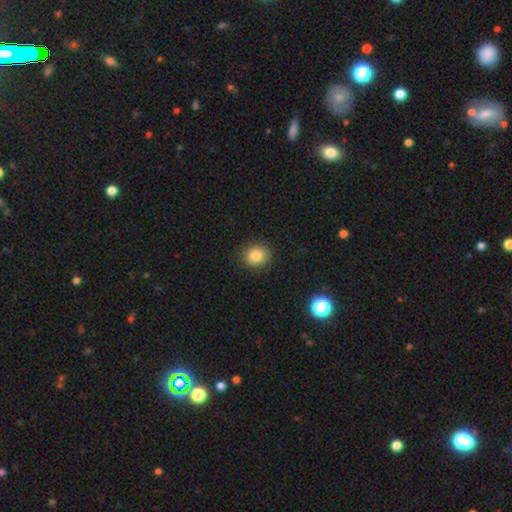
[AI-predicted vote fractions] A smooth galaxy with no disk features (84%) that is round (76%).

Vote fractions:
- Smooth or featured? smooth: 84% / star or artifact: 10% / featured or disk: 6%
- How rounded? round: 76% / in between: 23% / cigar-shaped: 1%
- Merging? none: 87% / minor disturbance: 10% / major disturbance: 2% / merger: 1%